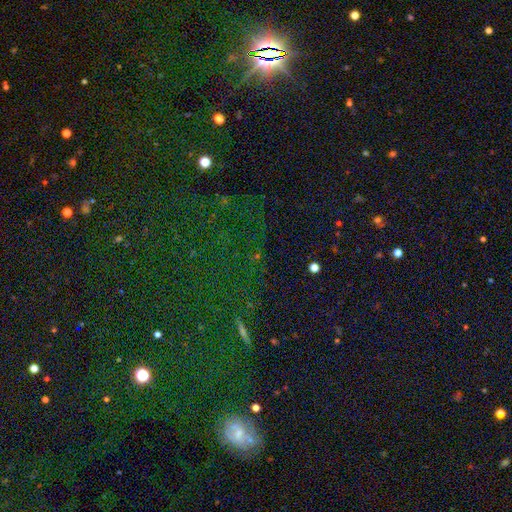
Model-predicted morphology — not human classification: This appears to be a star or artifact, not a galaxy (76%).